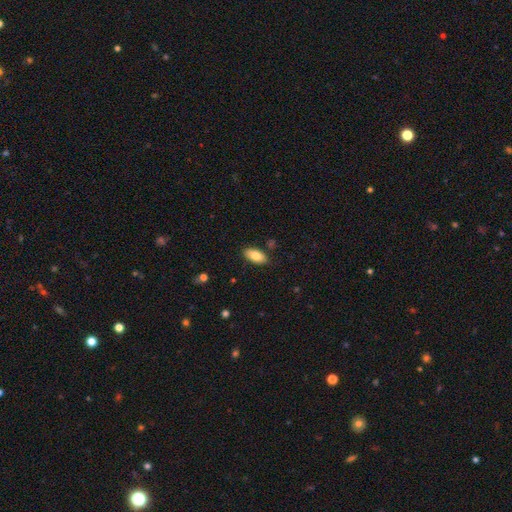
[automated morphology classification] This is clearly a smooth galaxy (81%). How rounded: clearly in between (92%). Merging: clearly none (85%).